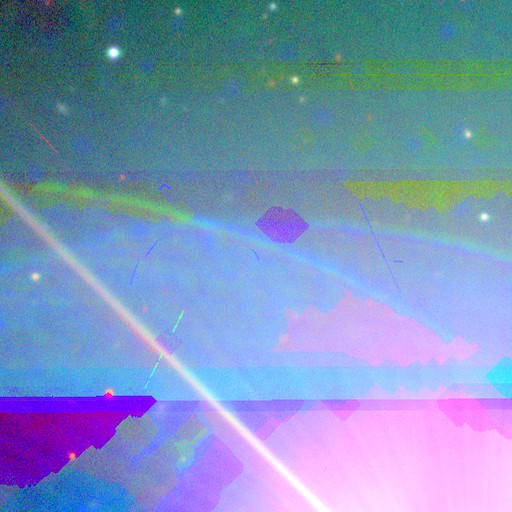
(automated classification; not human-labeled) The model was most divided on "smooth or featured": star or artifact: 87%, featured or disk: 7%, smooth: 6%.